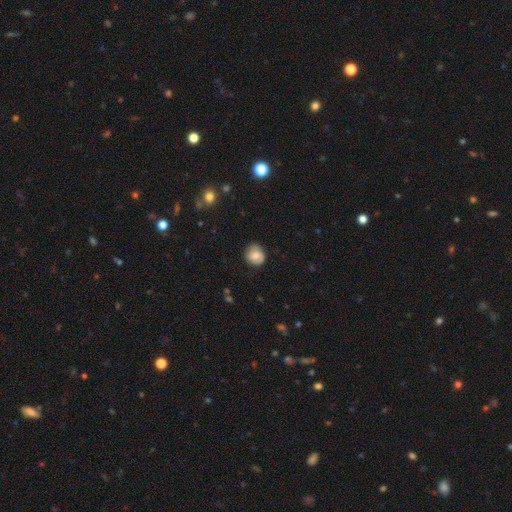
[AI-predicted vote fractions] smooth 72%, featured or disk 19%, star or artifact 8%. Down the decision tree: how rounded — round (82%); merging — none (77%).